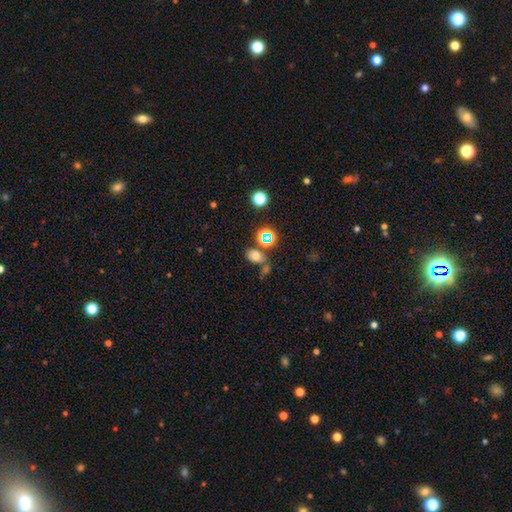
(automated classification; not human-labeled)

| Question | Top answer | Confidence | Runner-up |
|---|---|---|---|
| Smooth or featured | smooth | 67% | star or artifact (22%) |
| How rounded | in between | 72% | round (26%) |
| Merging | none | 55% | merger (23%) |